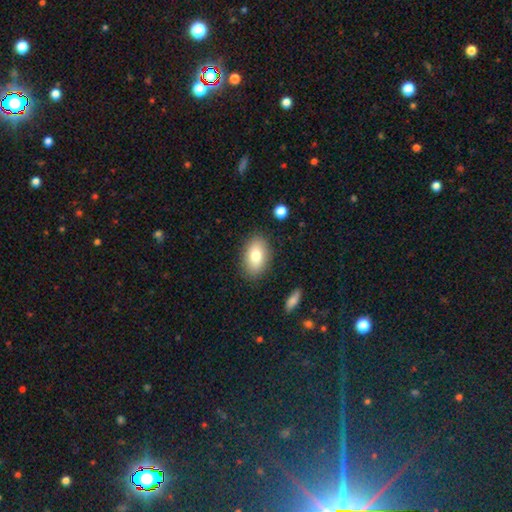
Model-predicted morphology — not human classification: This appears to be a smooth galaxy with no disk features (78%) that is in between round and cigar-shaped (90%). Merging: none (85%).